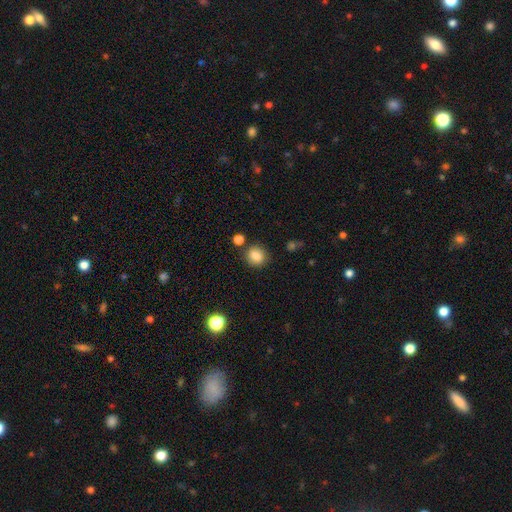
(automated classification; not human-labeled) A smooth galaxy with no disk features (83%) that is round (69%). Merging: none (82%).